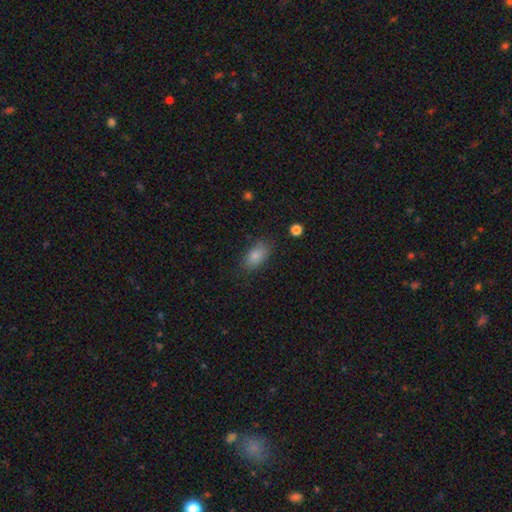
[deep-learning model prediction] smooth 83%, star or artifact 9%, featured or disk 8%. Down the decision tree: how rounded — in between (90%); merging — none (77%).